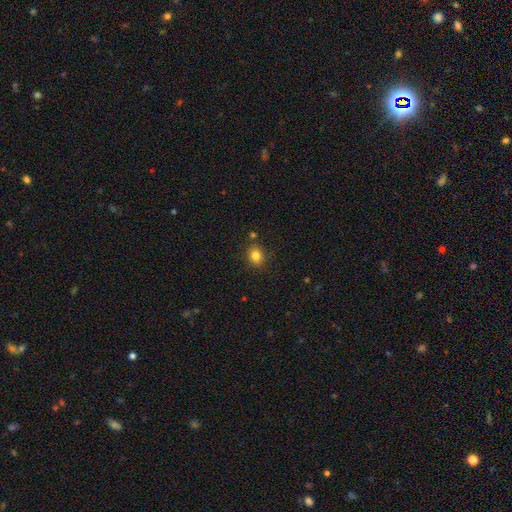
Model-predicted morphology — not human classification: Overall: smooth (82%). How rounded: round (60%; in between 39%). Merging: none (82%).